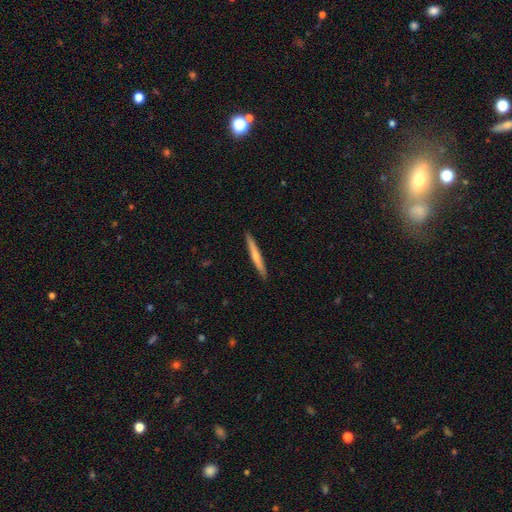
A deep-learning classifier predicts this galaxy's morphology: Overall: smooth (58%; featured or disk 37%). How rounded: cigar-shaped (96%). Merging: none (91%).